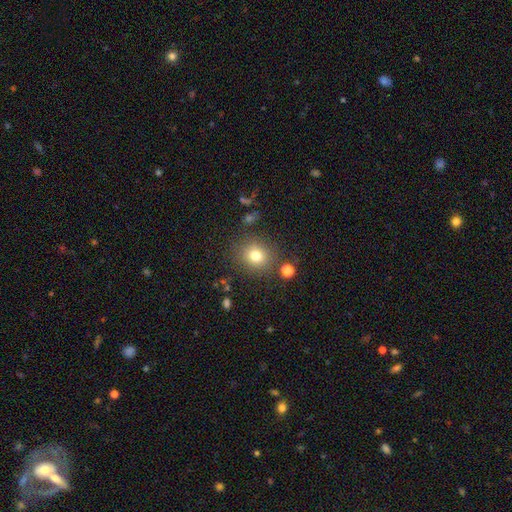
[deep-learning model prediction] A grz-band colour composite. It shows a smooth galaxy with no disk features (77%) that is round (83%). Merging: none (83%).